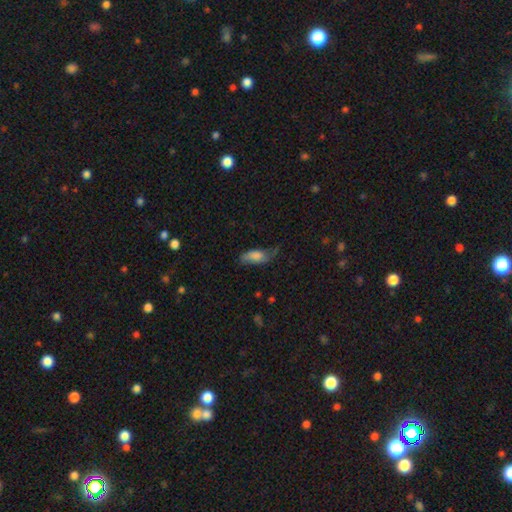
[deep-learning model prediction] Q: Smooth or featured?
A: smooth (69%); runner-up: featured or disk (23%)
Q: How rounded?
A: in between (84%); runner-up: cigar-shaped (13%)
Q: Merging?
A: none (47%); runner-up: minor disturbance (34%)